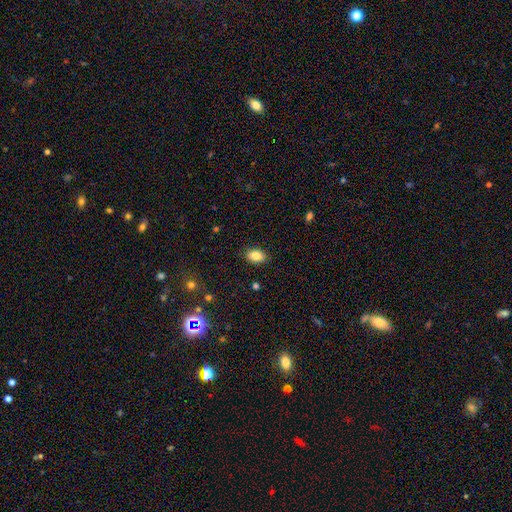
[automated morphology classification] The model was most divided on "how rounded": in between: 85%, round: 13%, cigar-shaped: 1%. More confident: merging — none (87%); smooth or featured — smooth (85%).